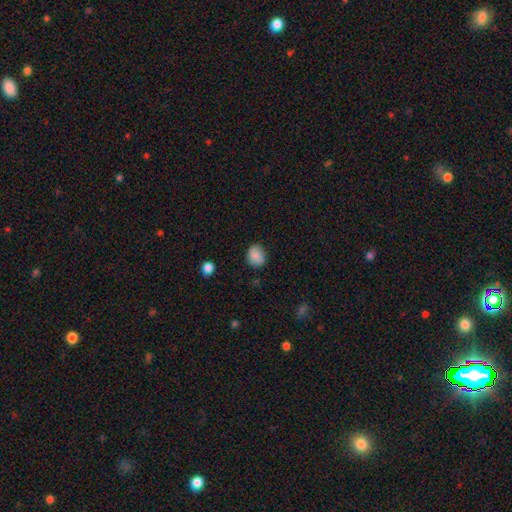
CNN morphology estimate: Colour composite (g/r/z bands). It shows a smooth galaxy with no disk features (84%) that is round (60%). Merging: none (79%).